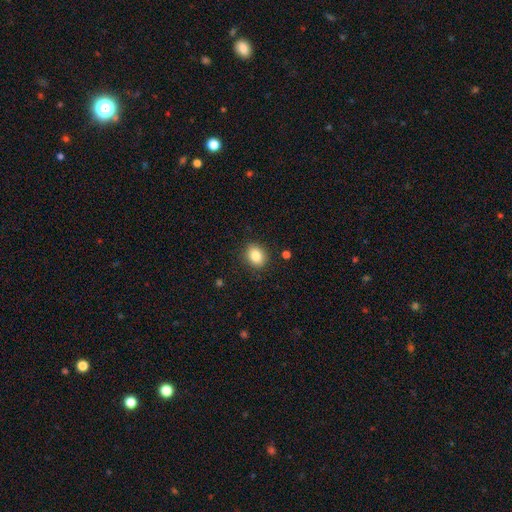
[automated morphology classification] Overall: smooth (84%). How rounded: round (51%; in between 48%). Merging: none (87%).